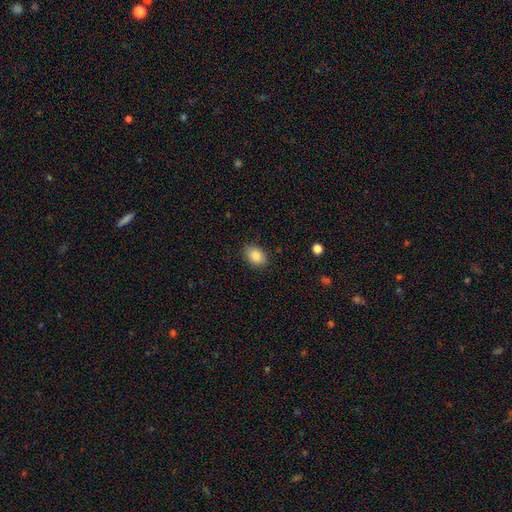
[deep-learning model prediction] A smooth galaxy with no disk features (86%) that is in between round and cigar-shaped (79%).

Vote fractions:
- Smooth or featured? smooth: 86% / star or artifact: 8% / featured or disk: 6%
- How rounded? in between: 79% / round: 20% / cigar-shaped: 1%
- Merging? none: 86% / minor disturbance: 10% / major disturbance: 2% / merger: 1%